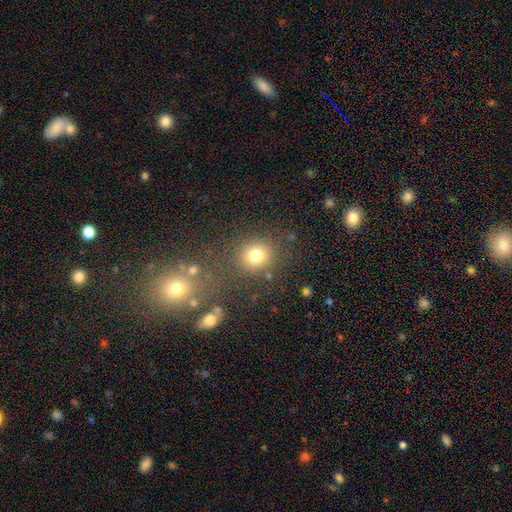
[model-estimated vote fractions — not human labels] Morphology: type=smooth (78%); roundness=round (82%); merging=none (78%).